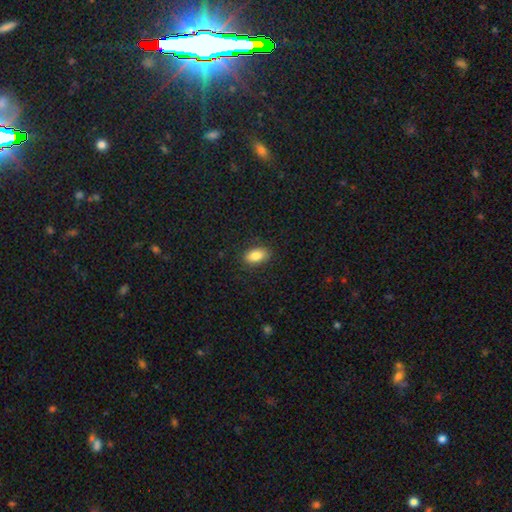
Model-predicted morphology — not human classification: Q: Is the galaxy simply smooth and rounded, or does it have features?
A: smooth — 85%.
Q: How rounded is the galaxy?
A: in between — 91%.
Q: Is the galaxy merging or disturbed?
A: none — 87%.